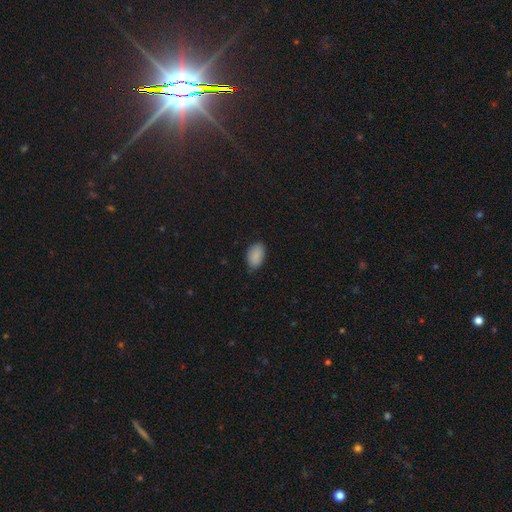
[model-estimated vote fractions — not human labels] Smooth or featured? smooth (89%)
How rounded? in between (92%)
Merging? none (81%)